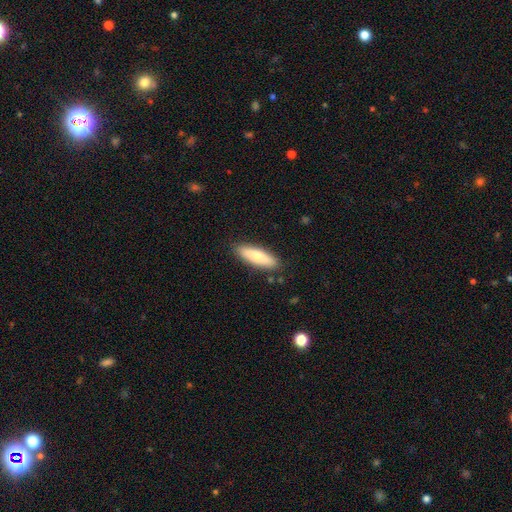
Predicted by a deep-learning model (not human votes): Q: Smooth or featured?
A: smooth (72%); runner-up: featured or disk (22%)
Q: How rounded?
A: cigar-shaped (56%); runner-up: in between (42%)
Q: Merging?
A: none (88%); runner-up: minor disturbance (9%)